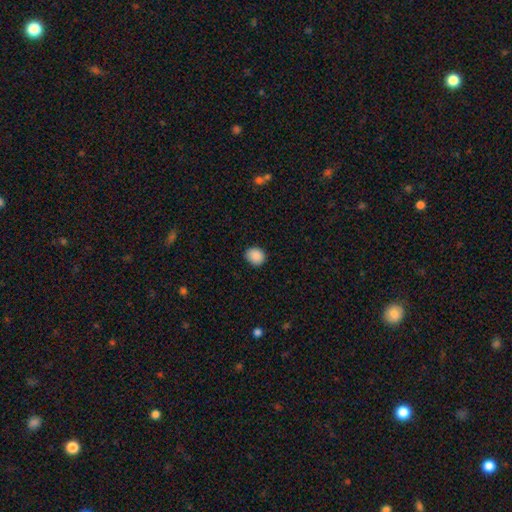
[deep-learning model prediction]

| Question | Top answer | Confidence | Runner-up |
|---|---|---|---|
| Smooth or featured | smooth | 89% | star or artifact (8%) |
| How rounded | round | 73% | in between (26%) |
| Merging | none | 86% | minor disturbance (11%) |